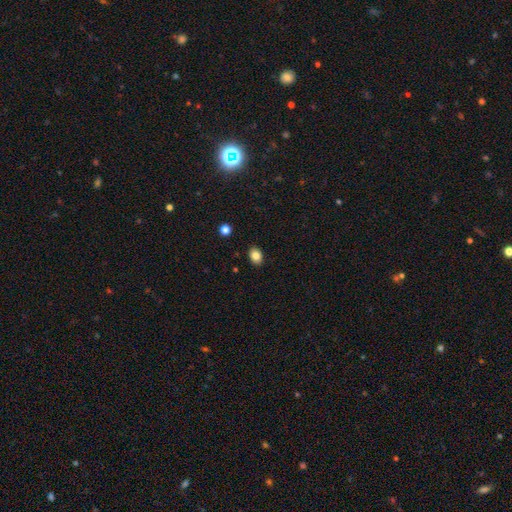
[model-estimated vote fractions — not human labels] Smooth or featured: smooth — 84% (star or artifact — 10%)
How rounded: in between — 71% (round — 28%)
Merging: none — 89% (minor disturbance — 8%)